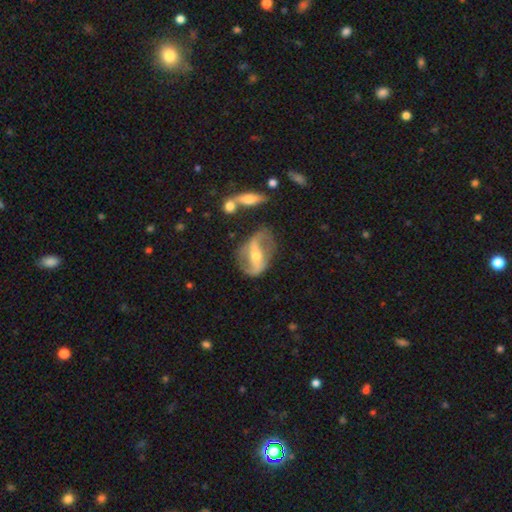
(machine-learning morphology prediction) smooth_or_featured: featured or disk (p=0.81) [alt: smooth p=0.13]
disk_edge_on: no (p=0.90) [alt: yes p=0.10]
bar: strong (p=0.63) [alt: weak p=0.24]
has_spiral_arms: yes (p=0.82) [alt: no p=0.18]
spiral_winding: loose (p=0.52) [alt: medium p=0.33]
spiral_arm_count: 2 (p=0.86) [alt: can't tell p=0.07]
bulge_size: moderate (p=0.57) [alt: small p=0.38]
merging: none (p=0.65) [alt: minor disturbance p=0.20]